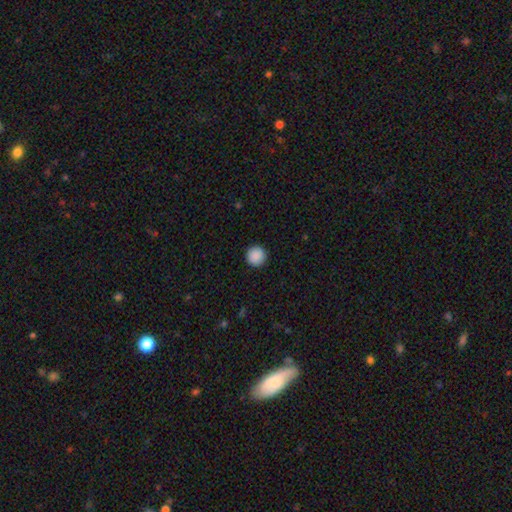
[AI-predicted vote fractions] smooth-or-featured: smooth: 90% | star or artifact: 8% | featured or disk: 2%
  how-rounded: round: 96% | in between: 3% | cigar-shaped: 1%
  merging: none: 93% | minor disturbance: 4% | major disturbance: 2% | merger: 1%